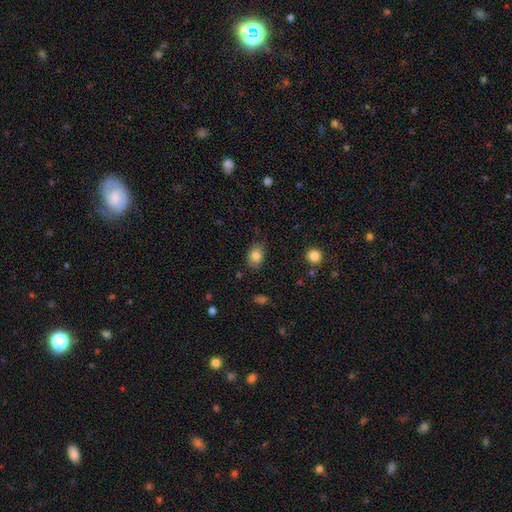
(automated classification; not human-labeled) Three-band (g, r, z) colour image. It shows a smooth galaxy with no disk features (83%) that is in between round and cigar-shaped (70%). Merging: none (78%).